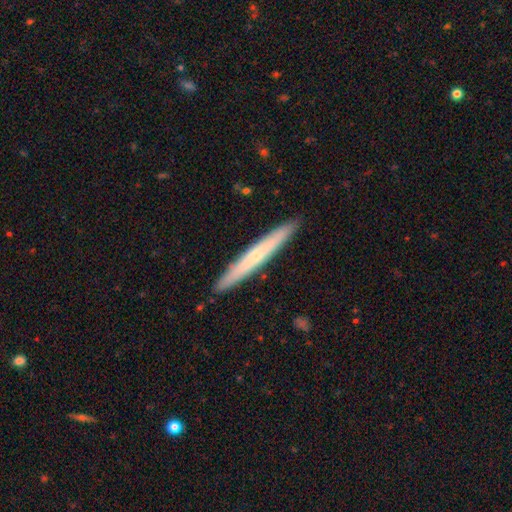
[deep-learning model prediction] The model was most divided on "smooth or featured": smooth: 51%, featured or disk: 43%, star or artifact: 6%. More confident: how rounded — cigar-shaped (97%); merging — none (92%).